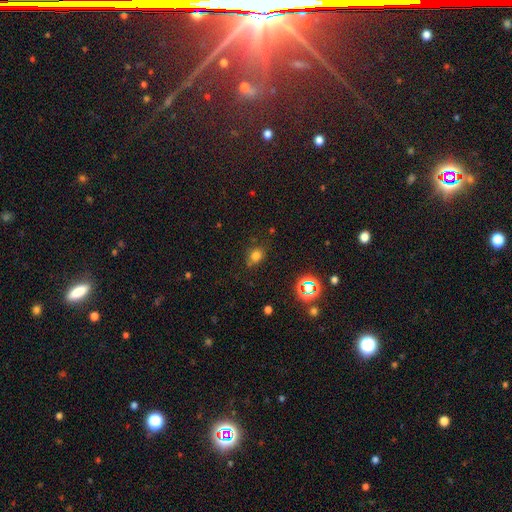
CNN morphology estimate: Overall: smooth (73%). How rounded: round (55%; in between 43%). Merging: none (70%).